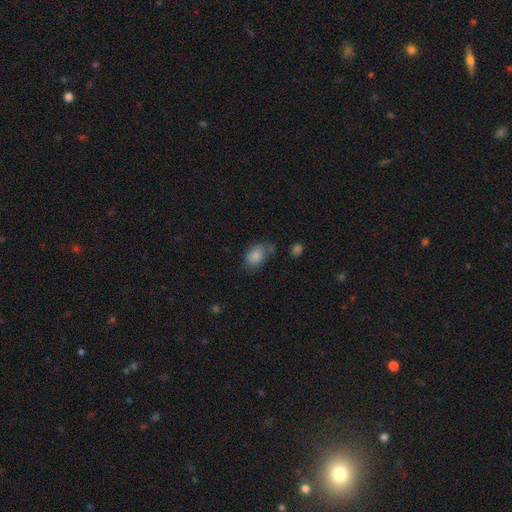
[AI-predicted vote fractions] Morphology: type=smooth (84%); roundness=in between (81%); merging=none (55%).